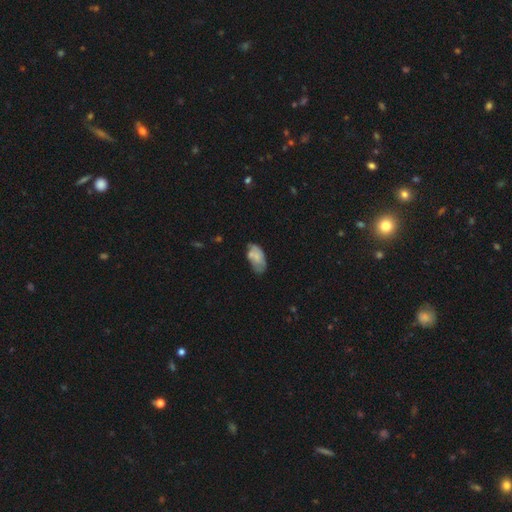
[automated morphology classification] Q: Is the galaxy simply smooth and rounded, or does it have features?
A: smooth — 64%.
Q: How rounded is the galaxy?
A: in between — 93%.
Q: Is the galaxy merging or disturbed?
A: none — 49%.